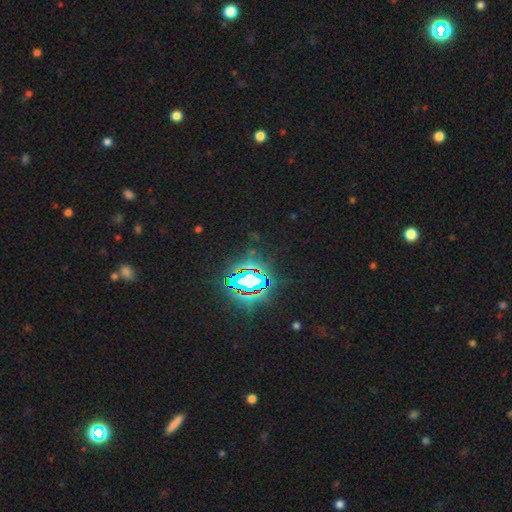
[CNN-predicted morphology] This appears to be a star or artifact, not a galaxy (82%).